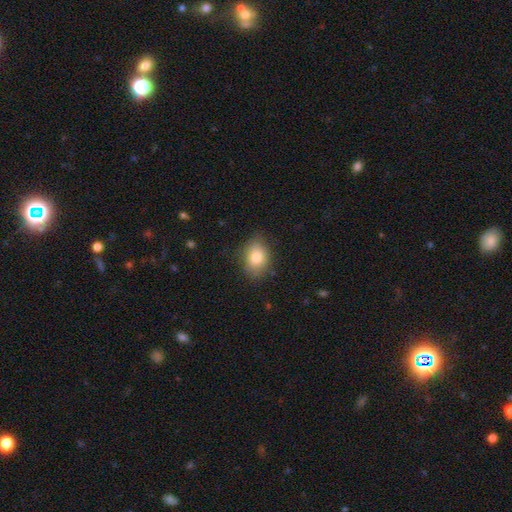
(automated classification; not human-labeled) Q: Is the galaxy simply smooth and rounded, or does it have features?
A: smooth — 82%.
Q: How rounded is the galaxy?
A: in between — 74%.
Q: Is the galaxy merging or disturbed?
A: none — 79%.